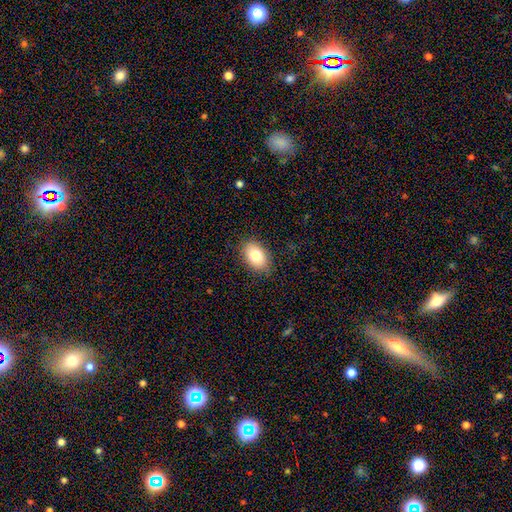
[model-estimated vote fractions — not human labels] Q: Smooth or featured?
A: smooth (81%); runner-up: featured or disk (11%)
Q: How rounded?
A: in between (86%); runner-up: round (13%)
Q: Merging?
A: none (84%); runner-up: minor disturbance (12%)